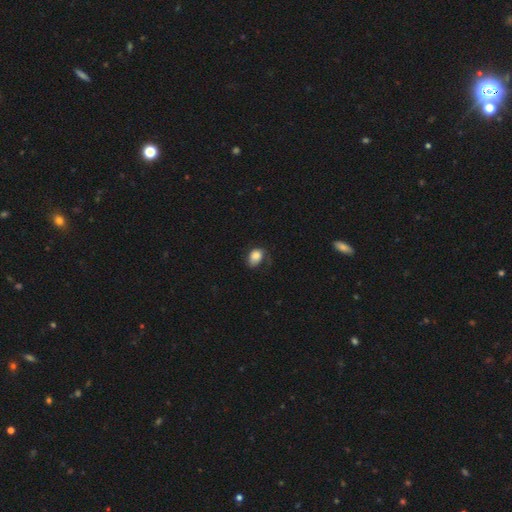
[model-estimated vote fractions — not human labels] Q: Smooth or featured?
A: smooth (81%); runner-up: featured or disk (11%)
Q: How rounded?
A: in between (77%); runner-up: round (22%)
Q: Merging?
A: none (46%); runner-up: minor disturbance (30%)